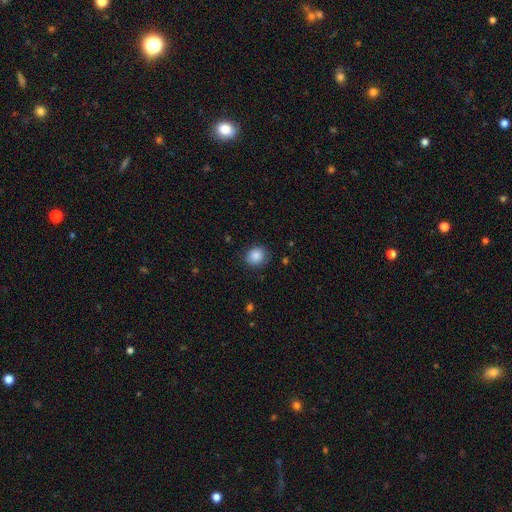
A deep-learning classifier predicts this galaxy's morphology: A smooth galaxy with no disk features (87%) that is round (77%).

Vote fractions:
- Smooth or featured? smooth: 87% / star or artifact: 9% / featured or disk: 4%
- How rounded? round: 77% / in between: 22% / cigar-shaped: 1%
- Merging? none: 84% / minor disturbance: 11% / major disturbance: 3% / merger: 1%